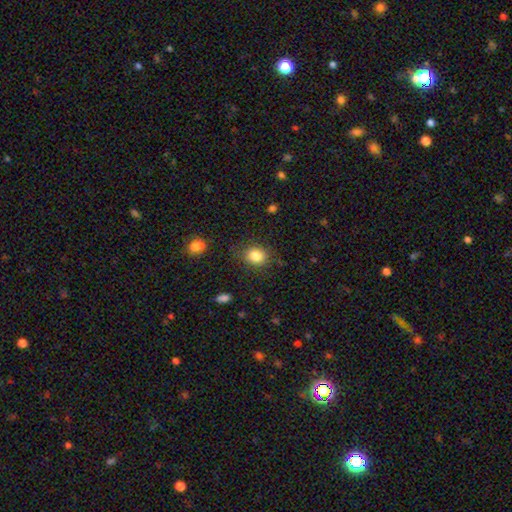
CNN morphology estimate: Smooth or featured? smooth (84%)
How rounded? round (57%)
Merging? none (83%)